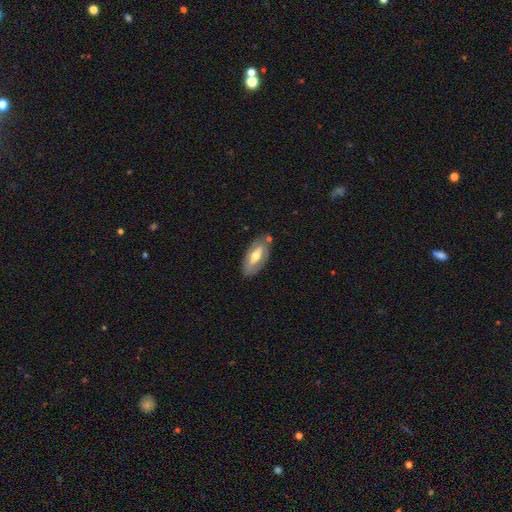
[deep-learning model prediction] Smooth or featured: featured or disk — 56% (smooth — 39%)
Edge-on disk: no — 79% (yes — 21%)
Merging: none — 77% (minor disturbance — 15%)